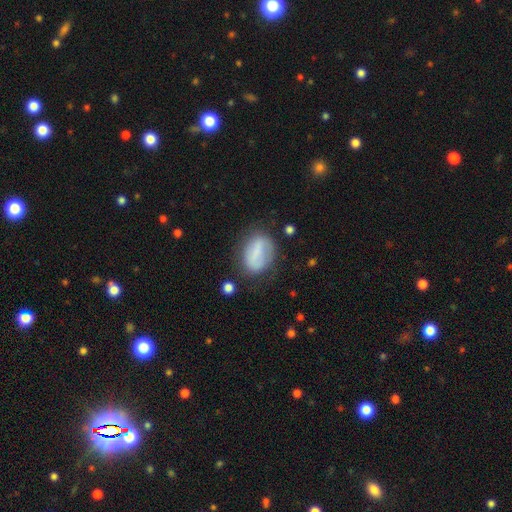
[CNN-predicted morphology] smooth 68%, featured or disk 24%, star or artifact 8%. Down the decision tree: how rounded — in between (78%); merging — none (62%).